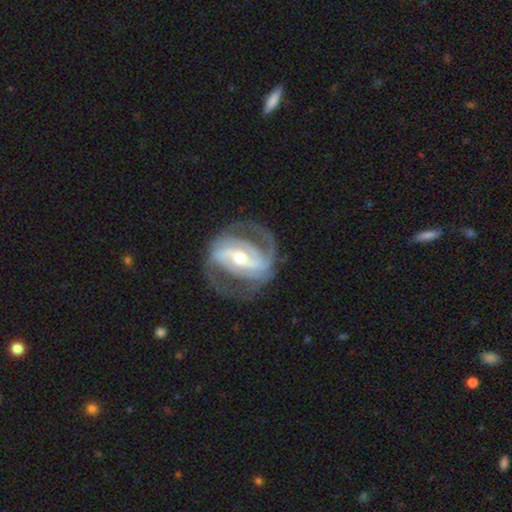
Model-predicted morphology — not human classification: A featured or disk galaxy (87%) with a strong bar (65%), 2 (86%) medium (45%) spiral arms (89%) and a moderate central bulge (52%). Merging: none (76%).